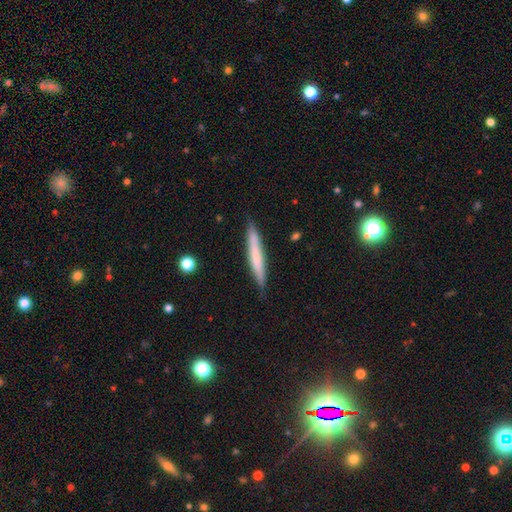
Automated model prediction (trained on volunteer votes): Smooth or featured? Predicted: smooth (p=0.61). How rounded? Predicted: cigar-shaped (p=0.95). Merging? Predicted: none (p=0.88).